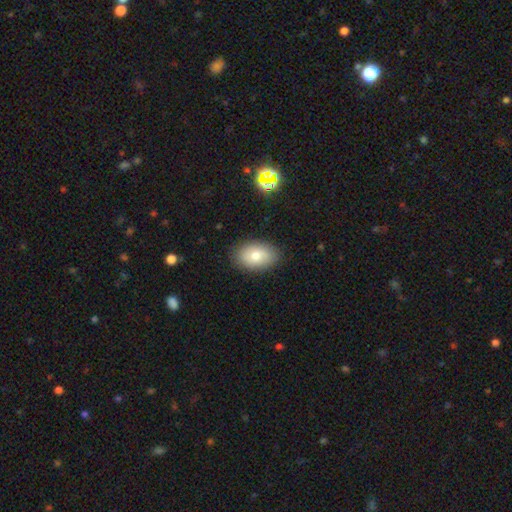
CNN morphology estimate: smooth_or_featured: smooth (p=0.74) [alt: featured or disk p=0.17]
how_rounded: in between (p=0.87) [alt: round p=0.11]
merging: none (p=0.87) [alt: minor disturbance p=0.10]